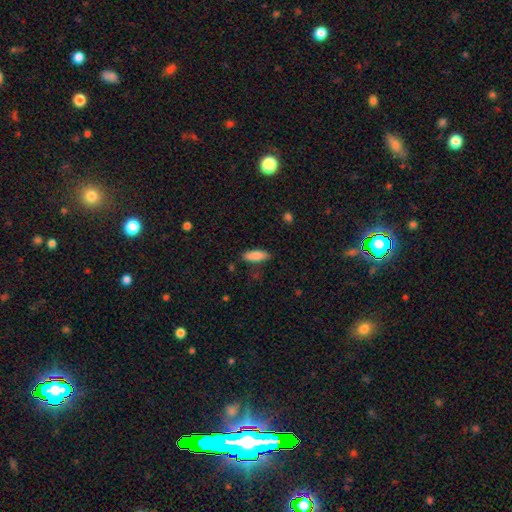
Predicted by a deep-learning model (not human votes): This is clearly a smooth galaxy (85%). How rounded: likely in between (65%). Merging: clearly none (81%).